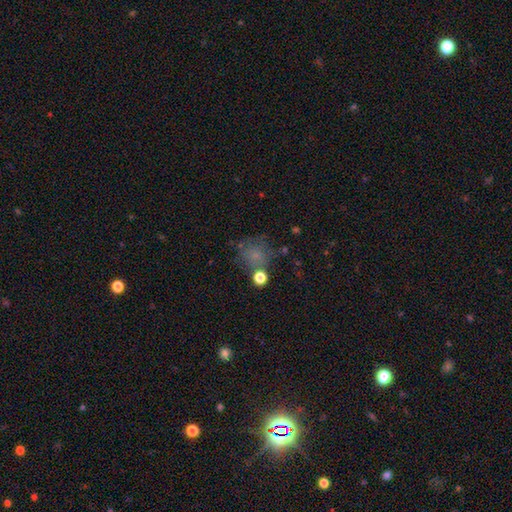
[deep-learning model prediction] A smooth galaxy with no disk features (67%) that is round (80%). Merging: none (56%).